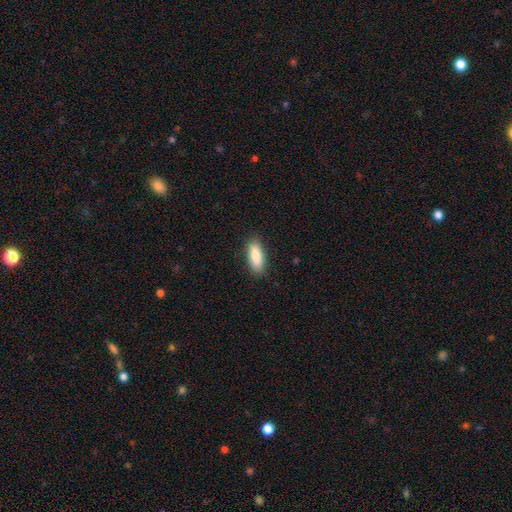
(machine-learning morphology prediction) The model was most divided on "how rounded": in between: 69%, cigar-shaped: 29%, round: 2%. More confident: merging — none (87%); smooth or featured — smooth (86%).